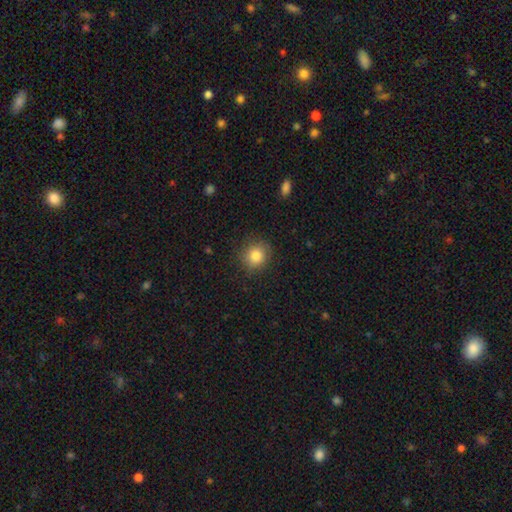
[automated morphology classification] Smooth or featured? smooth (83%)
How rounded? round (79%)
Merging? none (86%)